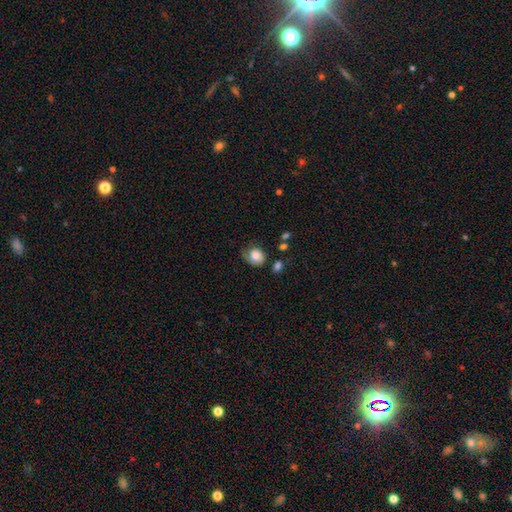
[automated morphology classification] Smooth or featured?
  - smooth: 75% *
  - featured or disk: 17%
  - star or artifact: 8%
How rounded?
  - round: 60% *
  - in between: 39%
  - cigar-shaped: 1%
Merging?
  - none: 41% *
  - minor disturbance: 33%
  - major disturbance: 22%
  - merger: 4%